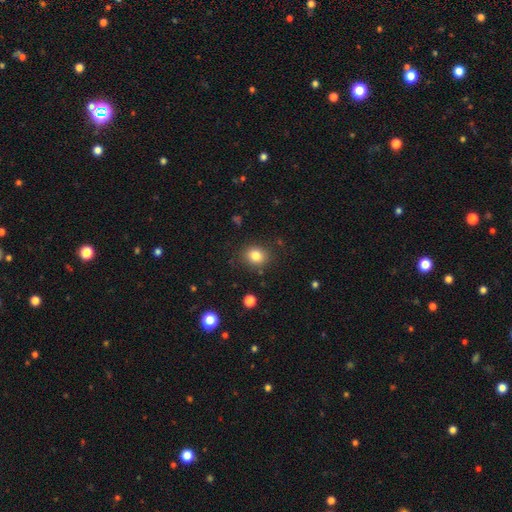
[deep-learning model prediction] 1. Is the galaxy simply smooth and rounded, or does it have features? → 82% smooth, 11% star or artifact, 7% featured or disk.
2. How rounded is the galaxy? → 67% round, 33% in between, 1% cigar-shaped.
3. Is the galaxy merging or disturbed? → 86% none, 9% minor disturbance, 3% major disturbance, 2% merger.